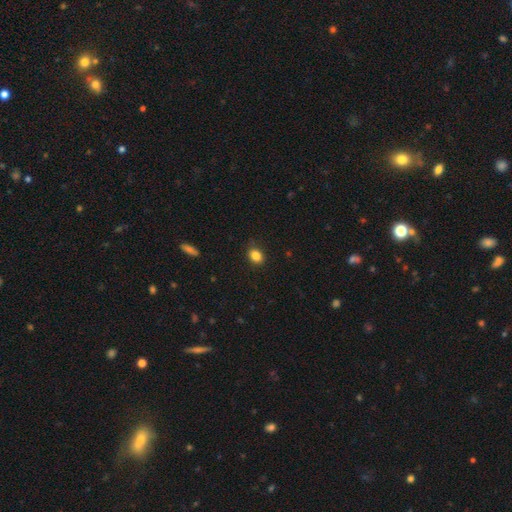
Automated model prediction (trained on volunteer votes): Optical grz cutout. It shows a smooth galaxy with no disk features (86%) that is in between round and cigar-shaped (58%). Merging: none (84%).